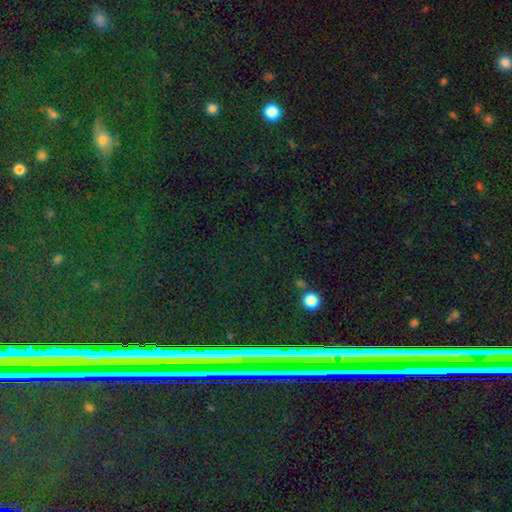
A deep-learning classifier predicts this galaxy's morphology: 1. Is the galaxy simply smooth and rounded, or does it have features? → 76% star or artifact, 13% featured or disk, 11% smooth.